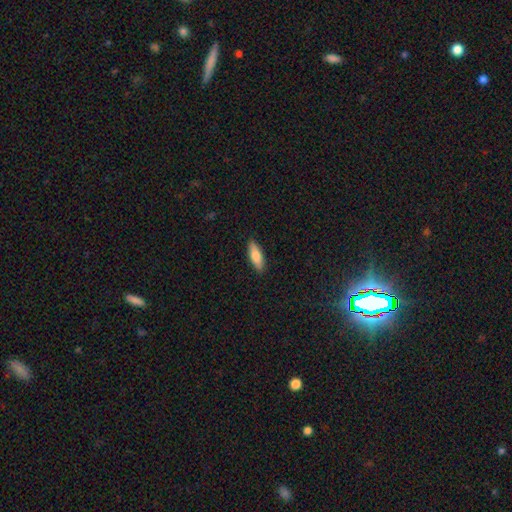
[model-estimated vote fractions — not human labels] This is clearly a smooth galaxy (81%). How rounded: likely in between (61%). Merging: clearly none (89%).